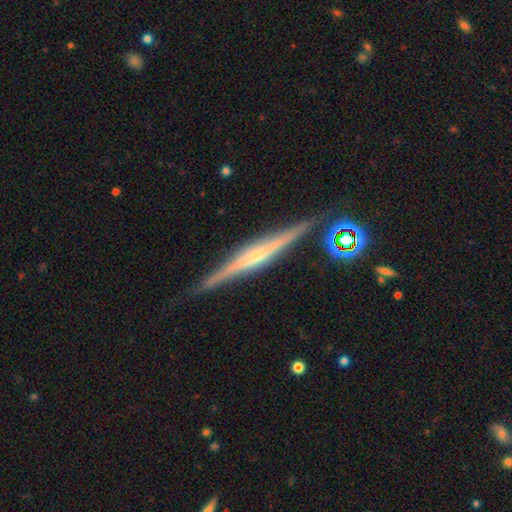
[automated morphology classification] This appears to be a featured or disk galaxy (78%) viewed edge-on (97%) with a rounded central bulge (55%). Merging: none (85%).